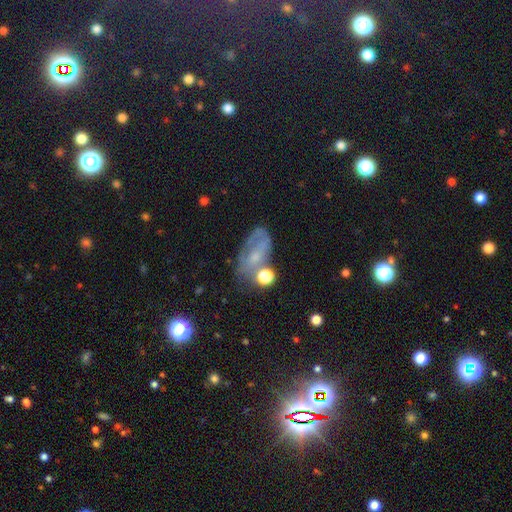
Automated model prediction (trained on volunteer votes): Overall: featured or disk (43%; smooth 36%). Merging: none (45%; minor disturbance 27%).